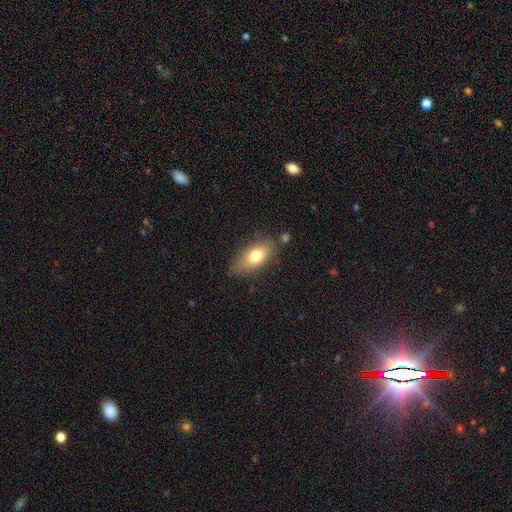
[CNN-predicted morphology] Overall: smooth (72%). How rounded: in between (80%). Merging: none (76%).